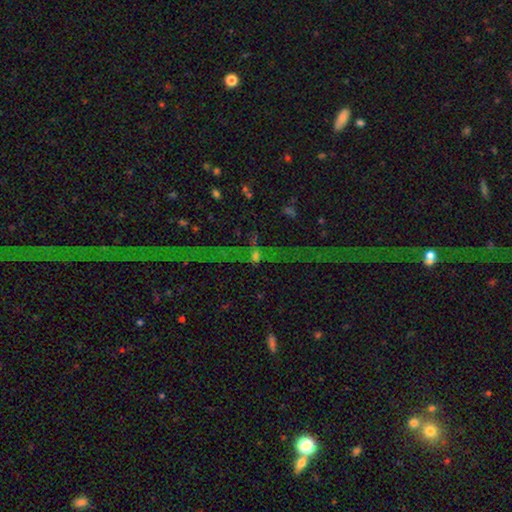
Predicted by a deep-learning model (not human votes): Smooth or featured?
  - star or artifact: 55% *
  - featured or disk: 25%
  - smooth: 20%